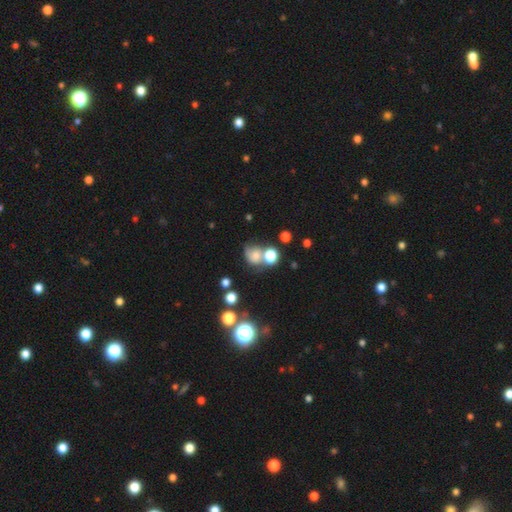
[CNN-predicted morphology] Smooth or featured?
  - smooth: 61% *
  - featured or disk: 20%
  - star or artifact: 19%
How rounded?
  - round: 63% *
  - in between: 36%
  - cigar-shaped: 1%
Merging?
  - none: 38% *
  - merger: 33%
  - minor disturbance: 17%
  - major disturbance: 12%